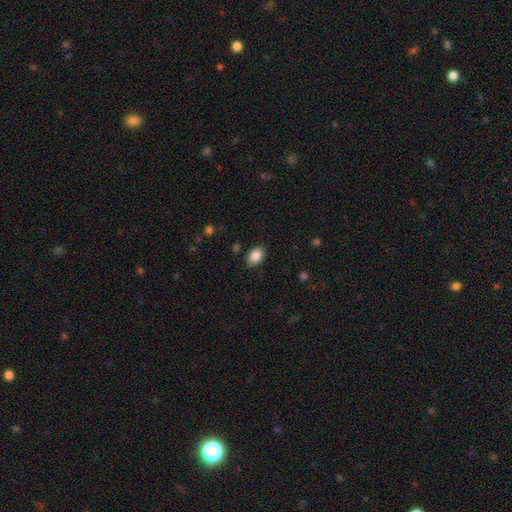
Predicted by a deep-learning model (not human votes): A smooth galaxy with no disk features (87%) that is in between round and cigar-shaped (84%).

Vote fractions:
- Smooth or featured? smooth: 87% / star or artifact: 8% / featured or disk: 6%
- How rounded? in between: 84% / round: 15% / cigar-shaped: 1%
- Merging? none: 86% / minor disturbance: 10% / major disturbance: 2% / merger: 1%